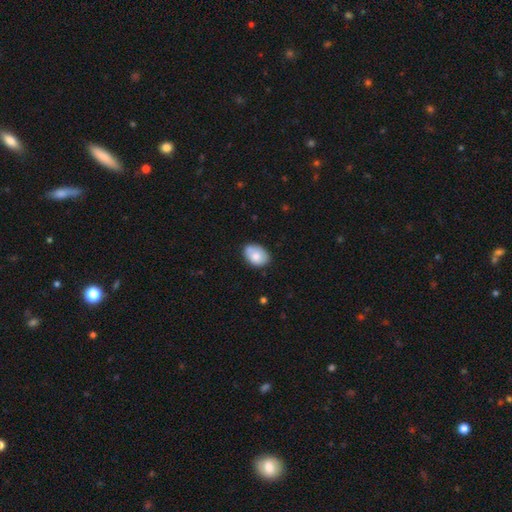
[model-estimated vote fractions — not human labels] This is likely a smooth galaxy (77%). How rounded: clearly in between (81%). Merging: likely none (63%).